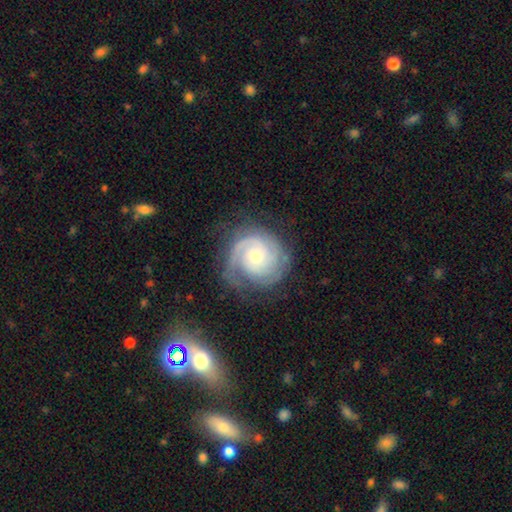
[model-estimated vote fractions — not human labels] Smooth or featured: featured or disk — 87% (smooth — 8%)
Edge-on disk: no — 98% (yes — 2%)
Bar: no — 73% (weak — 22%)
Spiral arms: yes — 97% (no — 3%)
Spiral winding: tight — 70% (medium — 25%)
Spiral arm count: 2 — 41% (3 — 24%)
Bulge size: small — 54% (moderate — 41%)
Merging: none — 74% (minor disturbance — 16%)